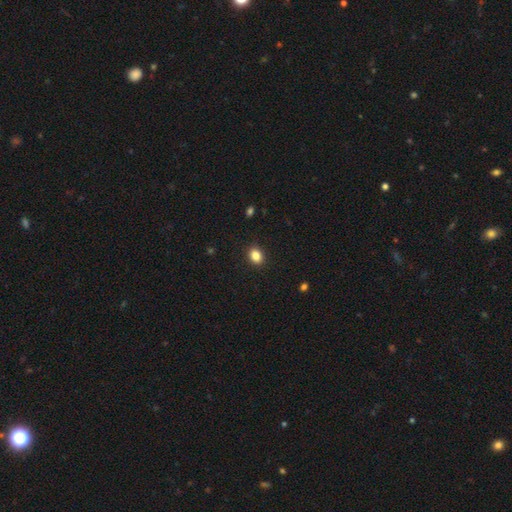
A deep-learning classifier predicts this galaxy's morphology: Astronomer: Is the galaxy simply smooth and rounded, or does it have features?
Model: smooth — 85%.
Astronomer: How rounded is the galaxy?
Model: in between — 61% (runner-up: round, 38%).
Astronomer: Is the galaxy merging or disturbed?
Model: none — 90%.